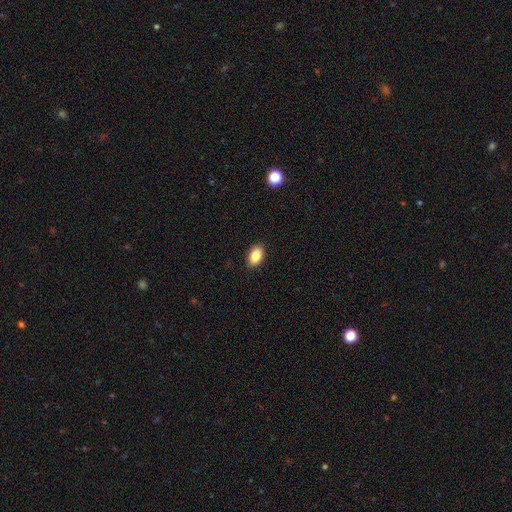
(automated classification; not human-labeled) smooth-or-featured: smooth: 86% | star or artifact: 8% | featured or disk: 6%
  how-rounded: in between: 89% | round: 10% | cigar-shaped: 1%
  merging: none: 90% | minor disturbance: 7% | major disturbance: 2% | merger: 1%